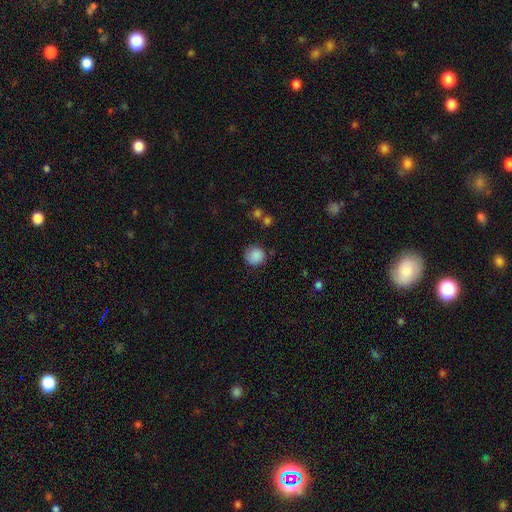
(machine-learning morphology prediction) type=smooth (87%); roundness=round (92%); merging=none (83%).